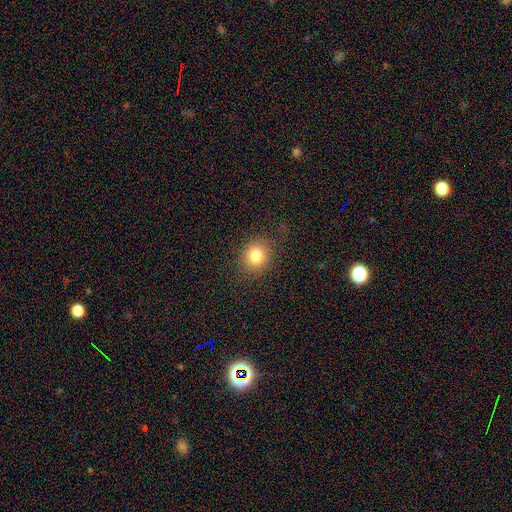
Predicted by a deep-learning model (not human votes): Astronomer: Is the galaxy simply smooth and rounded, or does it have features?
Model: smooth — 81%.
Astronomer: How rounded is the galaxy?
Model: round — 68%.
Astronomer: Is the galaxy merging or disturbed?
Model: none — 85%.